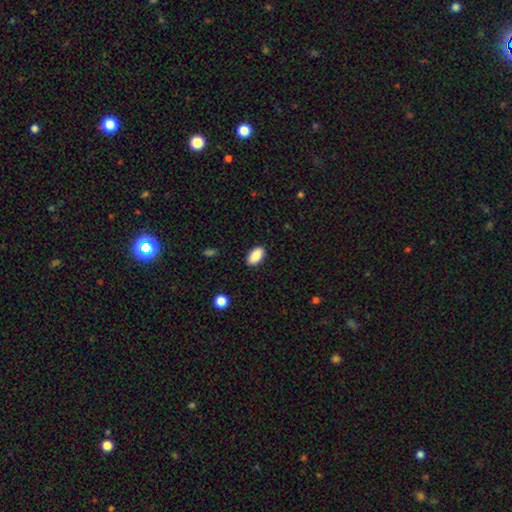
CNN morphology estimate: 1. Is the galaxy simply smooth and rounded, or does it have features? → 88% smooth, 7% star or artifact, 5% featured or disk.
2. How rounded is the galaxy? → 94% in between, 3% cigar-shaped, 3% round.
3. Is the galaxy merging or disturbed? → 89% none, 8% minor disturbance, 2% major disturbance, 1% merger.